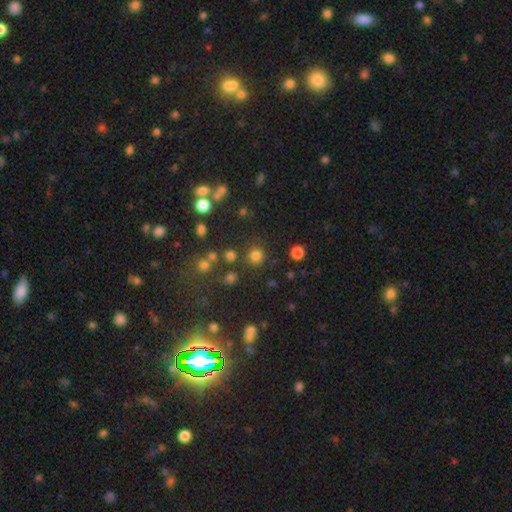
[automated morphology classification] Smooth or featured?
  - smooth: 78% *
  - star or artifact: 17%
  - featured or disk: 5%
How rounded?
  - round: 93% *
  - in between: 6%
  - cigar-shaped: 1%
Merging?
  - none: 84% *
  - minor disturbance: 7%
  - merger: 5%
  - major disturbance: 3%